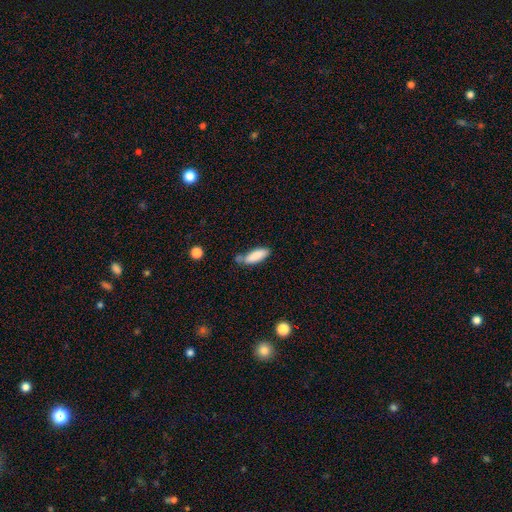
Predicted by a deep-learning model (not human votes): A smooth galaxy with no disk features (85%) that is in between round and cigar-shaped (62%).

Vote fractions:
- Smooth or featured? smooth: 85% / featured or disk: 9% / star or artifact: 6%
- How rounded? in between: 62% / cigar-shaped: 36% / round: 2%
- Merging? none: 53% / minor disturbance: 31% / merger: 9% / major disturbance: 8%